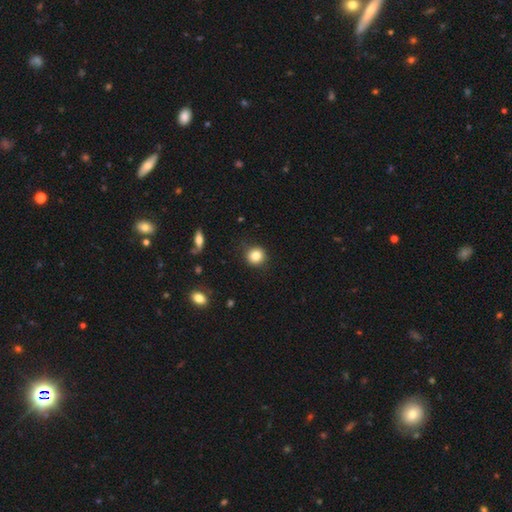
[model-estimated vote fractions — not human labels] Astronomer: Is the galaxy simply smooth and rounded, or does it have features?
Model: smooth — 83%.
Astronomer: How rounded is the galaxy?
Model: round — 90%.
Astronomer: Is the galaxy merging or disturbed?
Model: none — 87%.